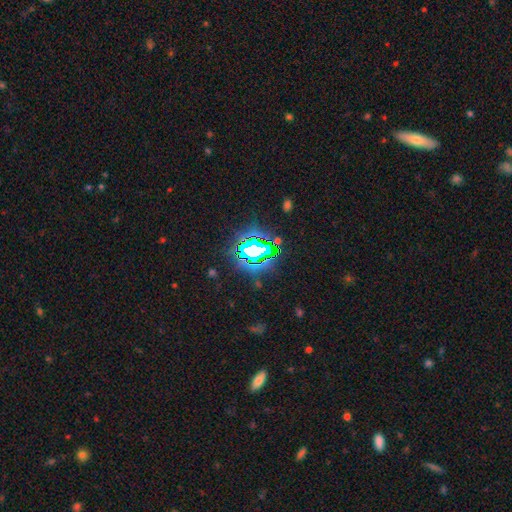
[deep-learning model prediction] A star or artifact, not a galaxy (72%).